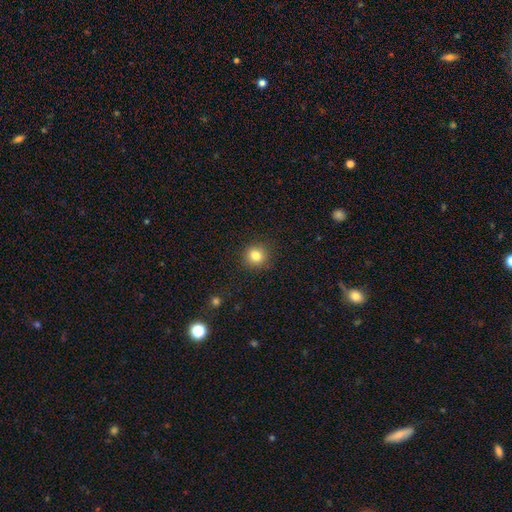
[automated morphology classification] A smooth galaxy with no disk features (82%) that is round (91%).

Vote fractions:
- Smooth or featured? smooth: 82% / star or artifact: 11% / featured or disk: 7%
- How rounded? round: 91% / in between: 8% / cigar-shaped: 1%
- Merging? none: 91% / minor disturbance: 6% / major disturbance: 2% / merger: 1%